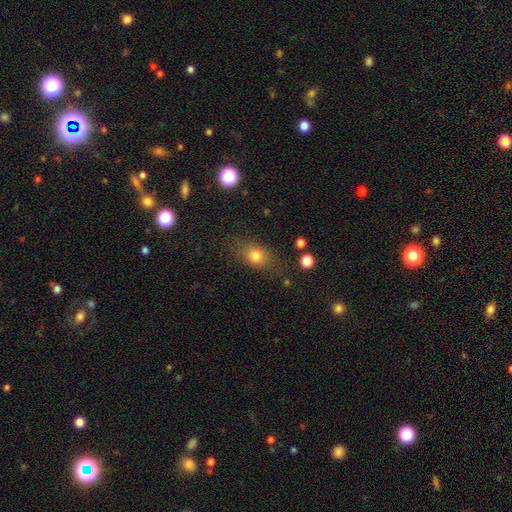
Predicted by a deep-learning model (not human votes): Smooth or featured? smooth (77%)
How rounded? in between (59%)
Merging? none (73%)